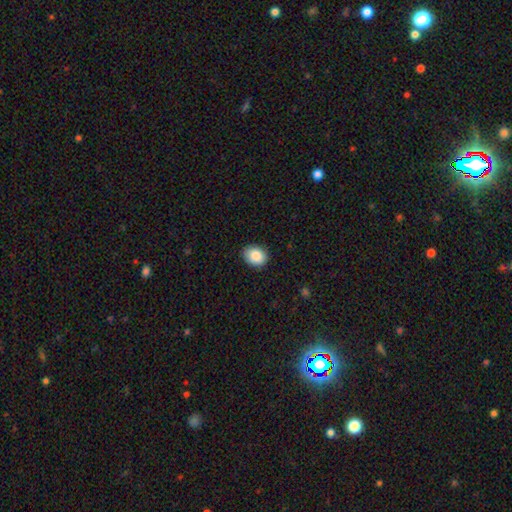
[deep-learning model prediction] Smooth or featured?
  - smooth: 87% *
  - star or artifact: 8%
  - featured or disk: 5%
How rounded?
  - in between: 60% *
  - round: 39%
  - cigar-shaped: 1%
Merging?
  - none: 87% *
  - minor disturbance: 10%
  - major disturbance: 2%
  - merger: 1%